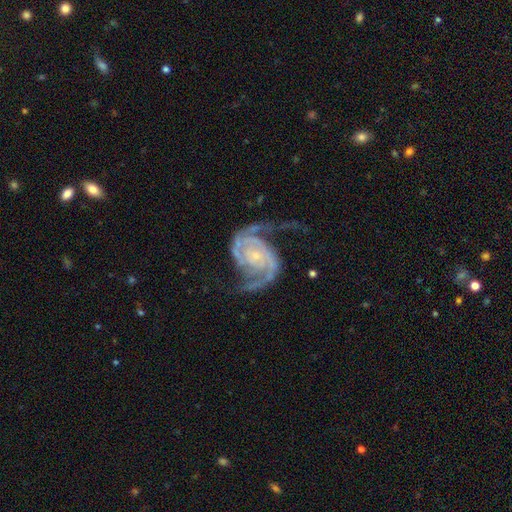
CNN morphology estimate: smooth-or-featured: featured or disk: 93% | star or artifact: 4% | smooth: 3%
  disk-edge-on: no: 98% | yes: 2%
    bar: no: 69% | weak: 21% | strong: 9%
    has-spiral-arms: yes: 98% | no: 2%
      spiral-winding: medium: 49% | tight: 34% | loose: 18%
      spiral-arm-count: 2: 89% | 3: 3% | can't tell: 2% | 1: 2% | 4: 2% | more than 4: 2%
    bulge-size: small: 78% | moderate: 15% | none: 5% | large: 2% | dominant: 1%
  merging: none: 62% | minor disturbance: 18% | major disturbance: 17% | merger: 2%